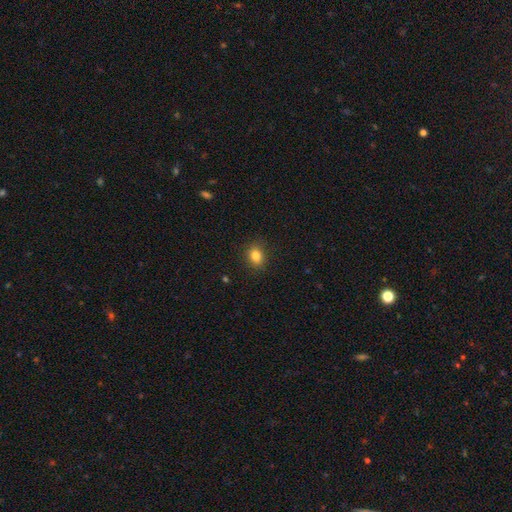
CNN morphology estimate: A smooth galaxy with no disk features (83%) that is round (50%).

Vote fractions:
- Smooth or featured? smooth: 83% / star or artifact: 11% / featured or disk: 6%
- How rounded? round: 50% / in between: 49% / cigar-shaped: 1%
- Merging? none: 87% / minor disturbance: 10% / major disturbance: 2% / merger: 1%